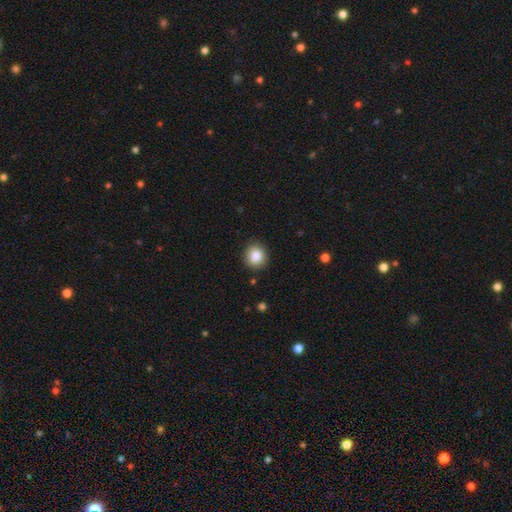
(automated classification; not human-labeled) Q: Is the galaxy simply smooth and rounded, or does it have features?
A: smooth — 84%.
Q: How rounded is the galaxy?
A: round — 87%.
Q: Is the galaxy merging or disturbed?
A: none — 90%.